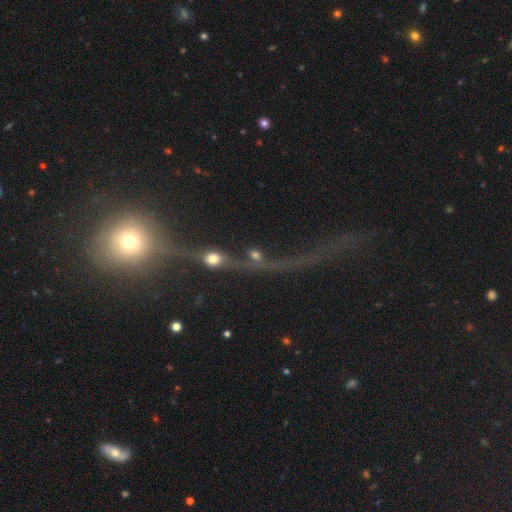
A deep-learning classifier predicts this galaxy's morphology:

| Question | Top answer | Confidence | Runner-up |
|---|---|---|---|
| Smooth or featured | featured or disk | 43% | smooth (33%) |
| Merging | merger | 46% | none (26%) |